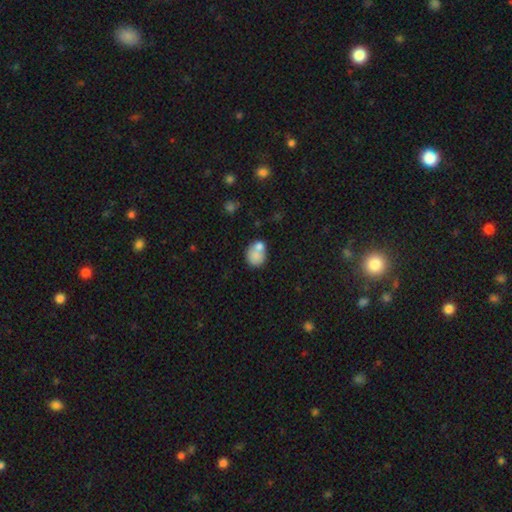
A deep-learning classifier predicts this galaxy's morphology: smooth-or-featured: smooth: 78% | featured or disk: 13% | star or artifact: 9%
  how-rounded: round: 67% | in between: 32% | cigar-shaped: 1%
  merging: none: 45% | merger: 37% | minor disturbance: 13% | major disturbance: 5%